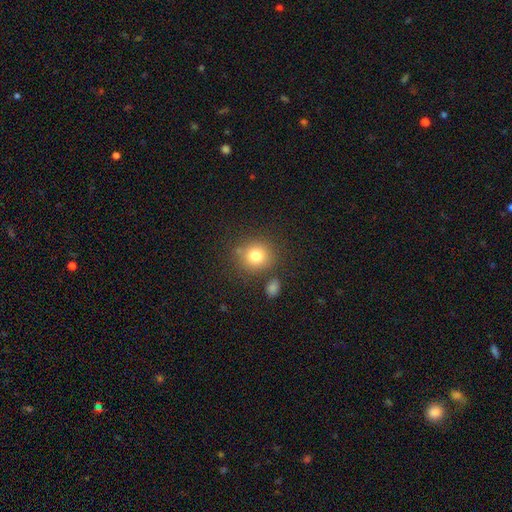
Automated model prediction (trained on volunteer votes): Smooth or featured? smooth (79%)
How rounded? round (85%)
Merging? none (78%)